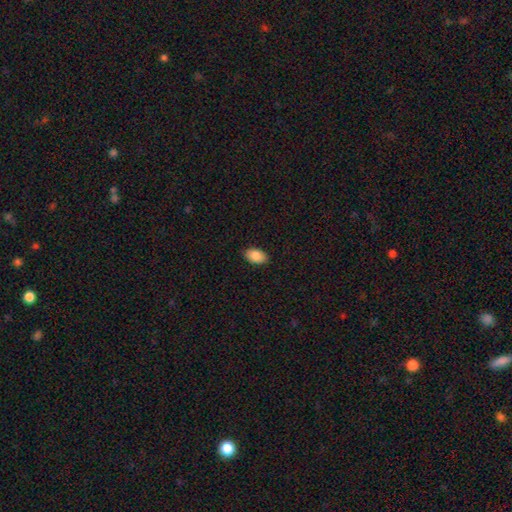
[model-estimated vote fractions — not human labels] A smooth galaxy with no disk features (86%) that is in between round and cigar-shaped (92%). Merging: none (88%).